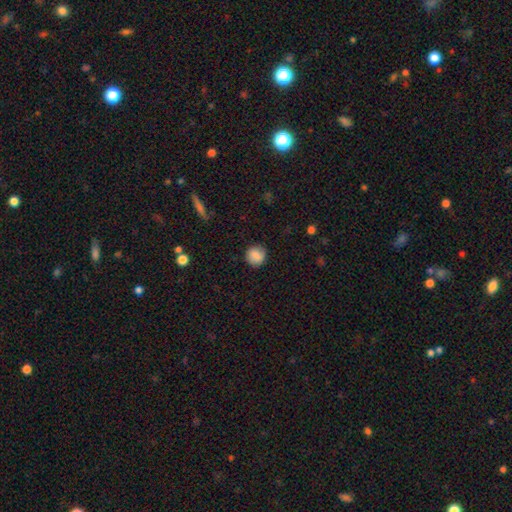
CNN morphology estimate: smooth 85%, star or artifact 8%, featured or disk 7%. Down the decision tree: how rounded — round (90%); merging — none (87%).